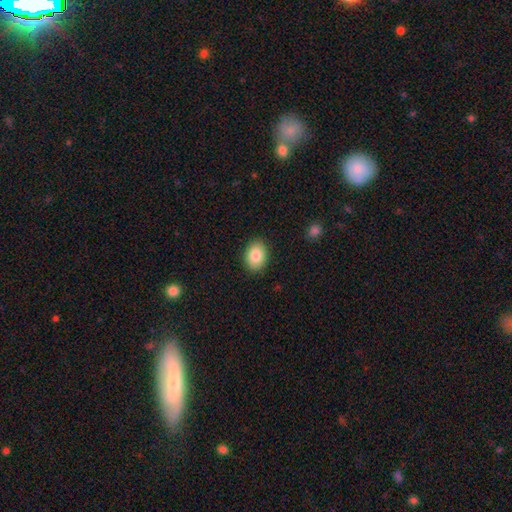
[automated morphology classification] Q: Smooth or featured?
A: smooth (86%); runner-up: star or artifact (7%)
Q: How rounded?
A: in between (74%); runner-up: round (25%)
Q: Merging?
A: none (89%); runner-up: minor disturbance (8%)